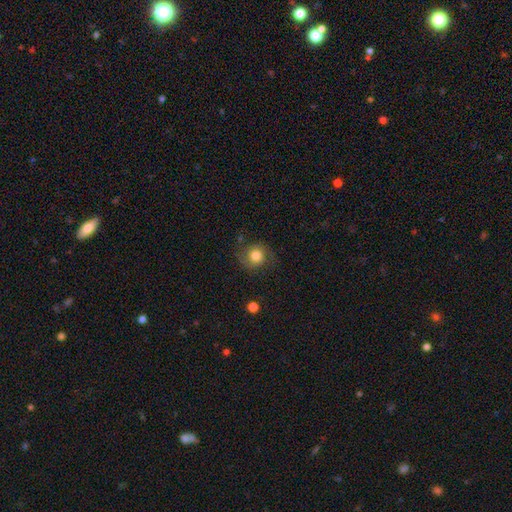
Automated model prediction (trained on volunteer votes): This is likely a smooth galaxy (66%). How rounded: clearly round (86%). Merging: likely none (72%).